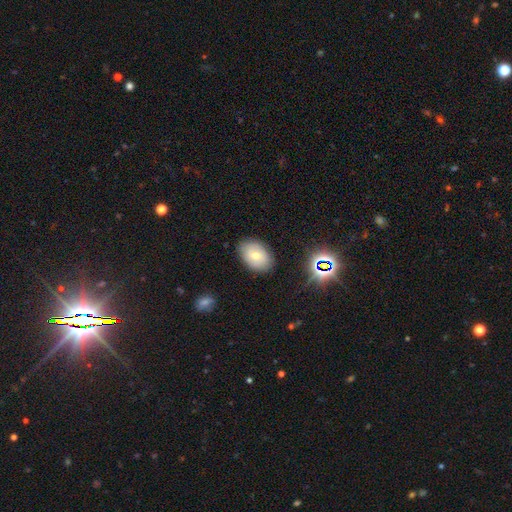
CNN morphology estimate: Smooth or featured?
  - smooth: 65% *
  - featured or disk: 23%
  - star or artifact: 12%
How rounded?
  - in between: 83% *
  - round: 16%
  - cigar-shaped: 1%
Merging?
  - none: 83% *
  - minor disturbance: 12%
  - major disturbance: 3%
  - merger: 1%